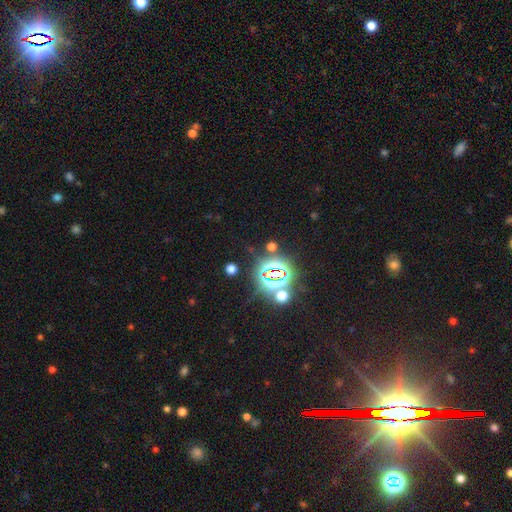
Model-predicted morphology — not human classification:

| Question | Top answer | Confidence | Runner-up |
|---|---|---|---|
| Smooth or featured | star or artifact | 81% | smooth (10%) |